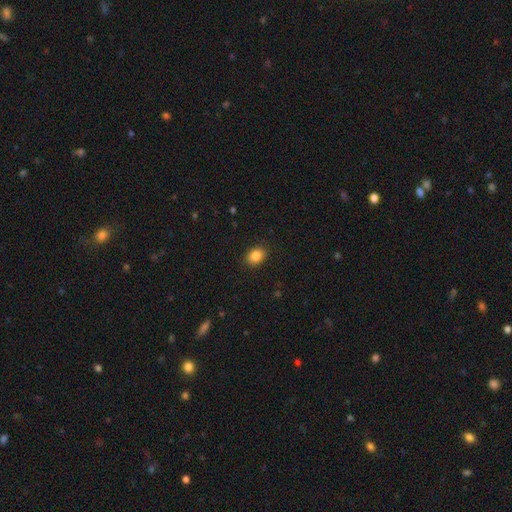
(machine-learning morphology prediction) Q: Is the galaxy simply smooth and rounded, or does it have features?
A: smooth — 87%.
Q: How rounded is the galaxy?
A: in between — 59%.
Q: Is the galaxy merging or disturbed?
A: none — 88%.